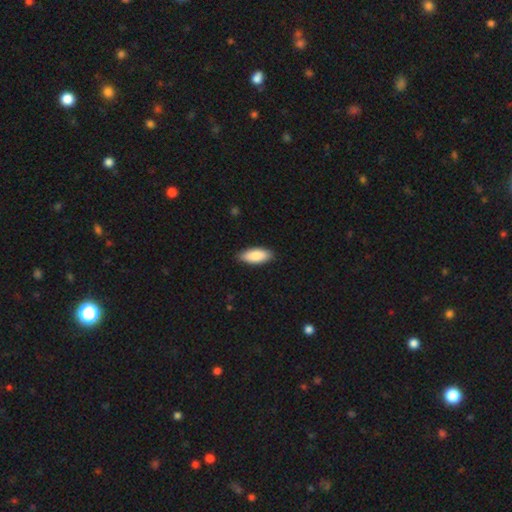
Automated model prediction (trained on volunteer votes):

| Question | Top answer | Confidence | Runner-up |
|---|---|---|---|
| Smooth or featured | smooth | 85% | featured or disk (10%) |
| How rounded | in between | 86% | cigar-shaped (12%) |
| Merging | none | 86% | minor disturbance (11%) |